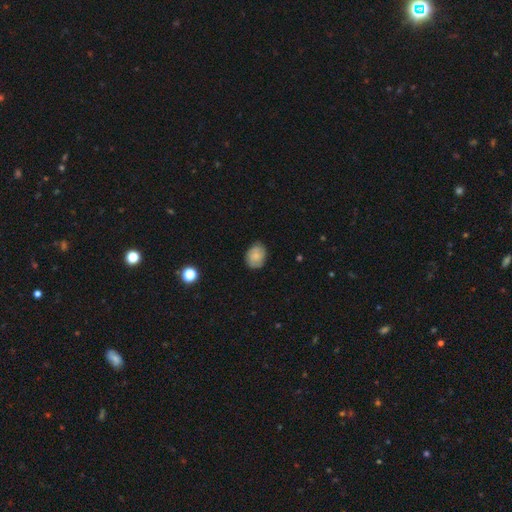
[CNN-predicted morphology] Smooth or featured? Predicted: smooth (p=0.72). How rounded? Predicted: in between (p=0.56). Merging? Predicted: none (p=0.78).